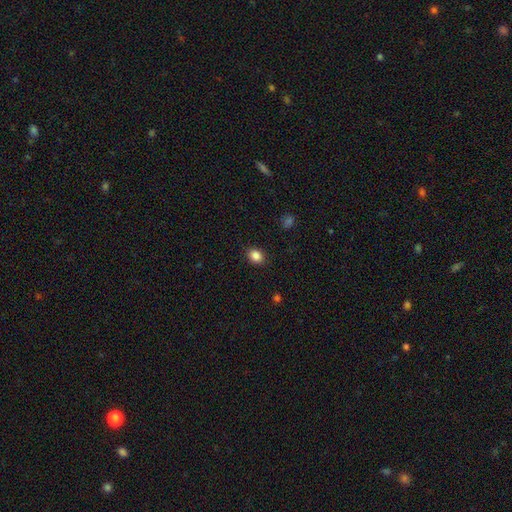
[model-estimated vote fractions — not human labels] A smooth galaxy with no disk features (86%) that is round (53%).

Vote fractions:
- Smooth or featured? smooth: 86% / star or artifact: 10% / featured or disk: 4%
- How rounded? round: 53% / in between: 46% / cigar-shaped: 1%
- Merging? none: 89% / minor disturbance: 8% / major disturbance: 2% / merger: 1%